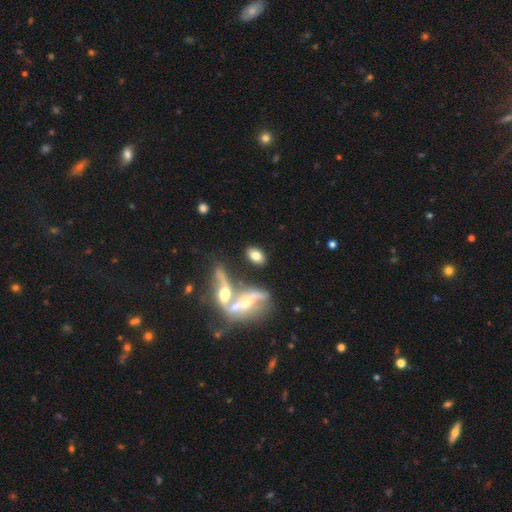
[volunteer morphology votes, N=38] Smooth or featured? smooth (71%)
How rounded? in between (89%)
Merging? none (71%)